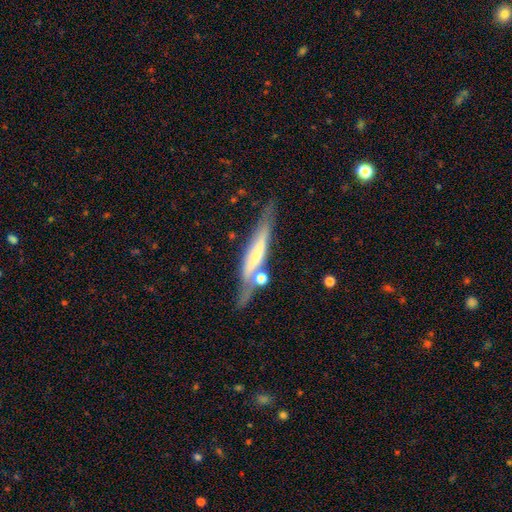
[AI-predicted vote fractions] featured or disk 63%, smooth 30%, star or artifact 7%. Down the decision tree: edge-on disk — yes (83%); edge-on bulge — rounded (56%); merging — none (63%).